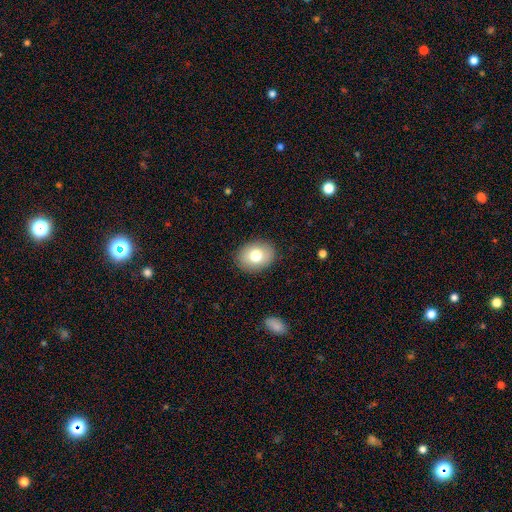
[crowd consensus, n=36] Volunteers were most divided on "how rounded": in between: 63%, round: 37%, cigar-shaped: 0%. More confident: merging — none (94%); smooth or featured — smooth (83%).